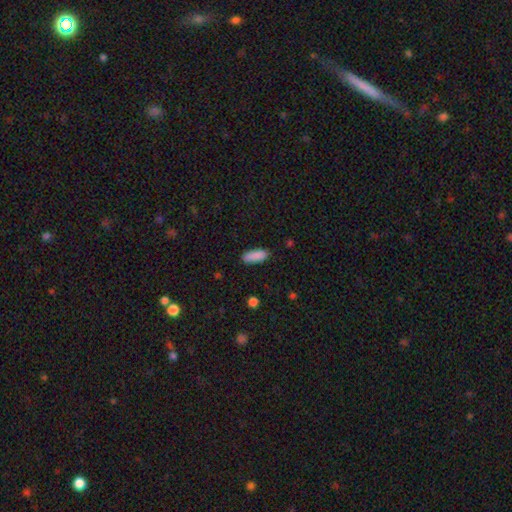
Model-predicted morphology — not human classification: smooth 88%, star or artifact 7%, featured or disk 5%. Down the decision tree: how rounded — in between (68%); merging — none (83%).